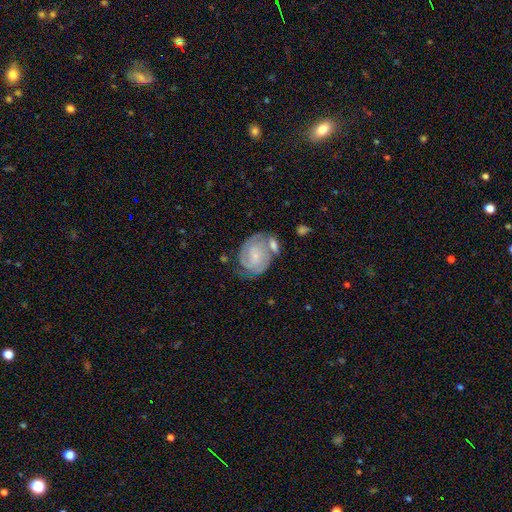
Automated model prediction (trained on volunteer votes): Smooth or featured? featured or disk (74%)
Edge-on disk? no (98%)
Bar? no (59%)
Spiral arms? yes (92%)
Spiral winding? tight (62%)
Spiral arm count? 2 (53%)
Bulge size? small (68%)
Merging? none (52%)